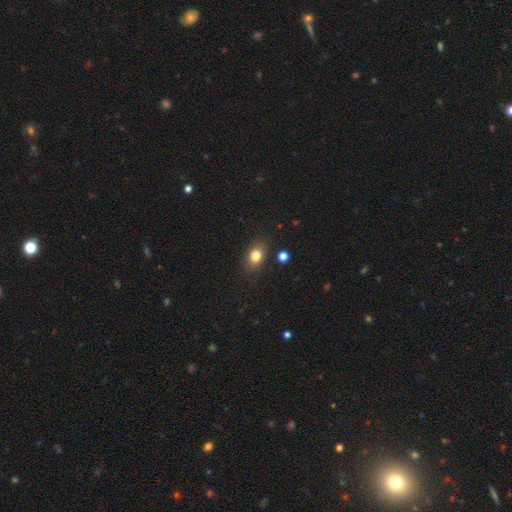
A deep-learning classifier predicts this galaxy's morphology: This appears to be a smooth galaxy with no disk features (80%) that is in between round and cigar-shaped (73%). Merging: none (83%).